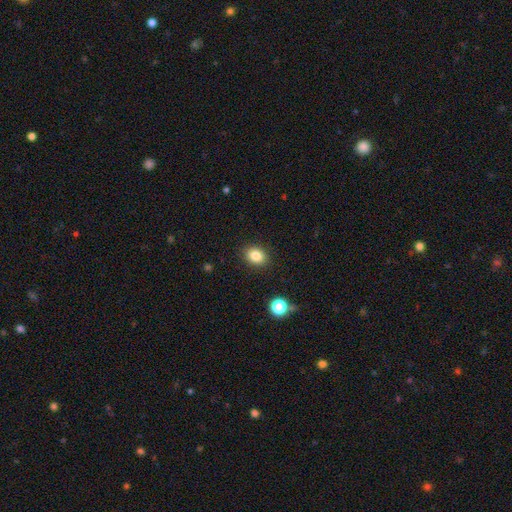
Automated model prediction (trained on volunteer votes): This appears to be a smooth galaxy with no disk features (84%) that is in between round and cigar-shaped (53%). Merging: none (88%).